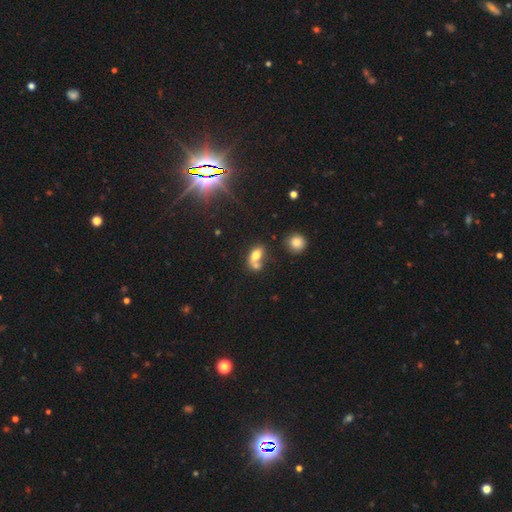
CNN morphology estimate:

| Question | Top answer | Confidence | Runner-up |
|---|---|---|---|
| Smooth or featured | smooth | 71% | featured or disk (17%) |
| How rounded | in between | 82% | round (14%) |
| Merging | merger | 53% | none (29%) |